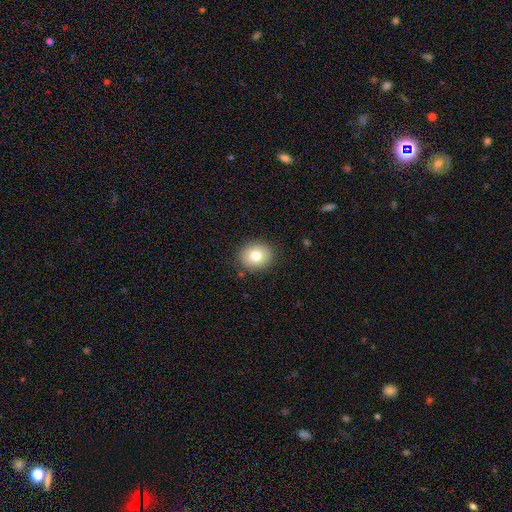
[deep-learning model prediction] A smooth galaxy with no disk features (79%) that is round (66%). Merging: none (88%).